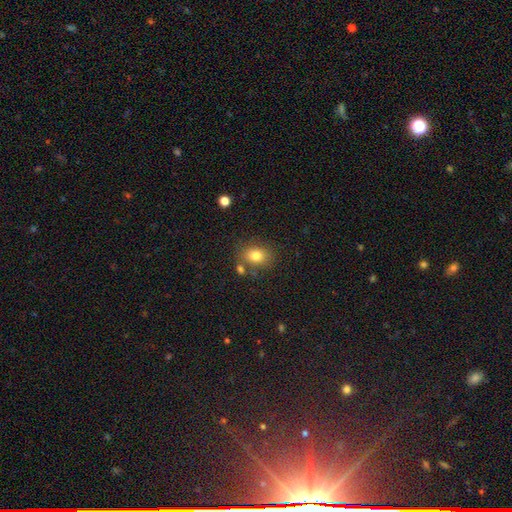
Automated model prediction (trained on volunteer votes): Q: Smooth or featured?
A: smooth (80%); runner-up: star or artifact (11%)
Q: How rounded?
A: in between (54%); runner-up: round (45%)
Q: Merging?
A: none (72%); runner-up: minor disturbance (13%)